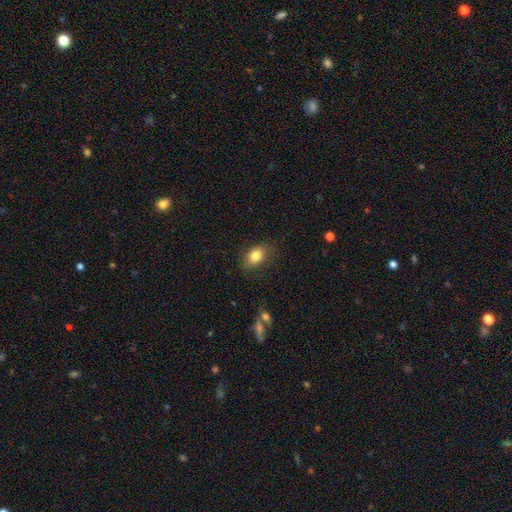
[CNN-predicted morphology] type=smooth (82%); roundness=in between (81%); merging=none (78%).